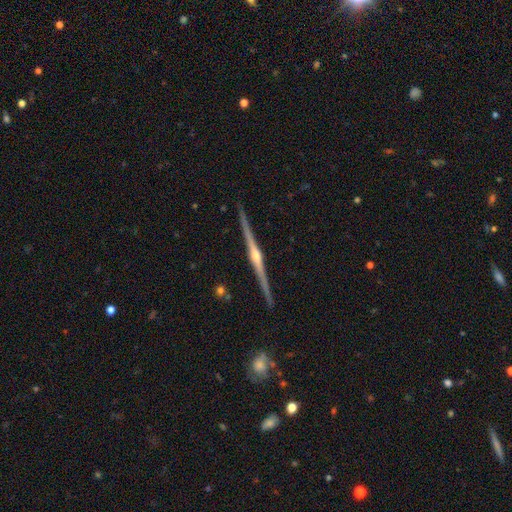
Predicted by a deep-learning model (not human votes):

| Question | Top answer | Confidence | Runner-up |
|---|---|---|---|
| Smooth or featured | featured or disk | 88% | smooth (7%) |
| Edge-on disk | yes | 99% | no (1%) |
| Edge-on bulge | rounded | 89% | boxy (6%) |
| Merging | none | 89% | minor disturbance (8%) |